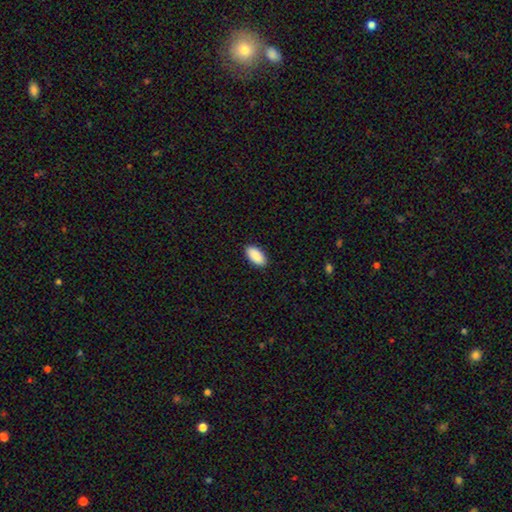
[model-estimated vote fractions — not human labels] Smooth or featured?
  - smooth: 90% *
  - star or artifact: 6%
  - featured or disk: 4%
How rounded?
  - in between: 94% *
  - cigar-shaped: 4%
  - round: 2%
Merging?
  - none: 90% *
  - minor disturbance: 7%
  - major disturbance: 2%
  - merger: 1%